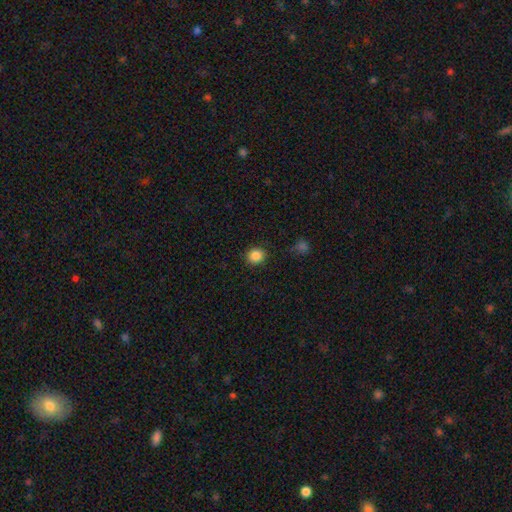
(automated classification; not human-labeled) Smooth or featured? Predicted: smooth (p=0.86). How rounded? Predicted: round (p=0.85). Merging? Predicted: none (p=0.89).